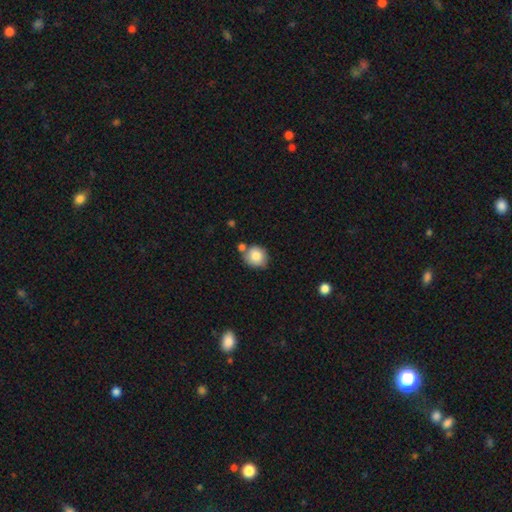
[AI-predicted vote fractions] Smooth or featured? Predicted: smooth (p=0.82). How rounded? Predicted: round (p=0.81). Merging? Predicted: none (p=0.60).